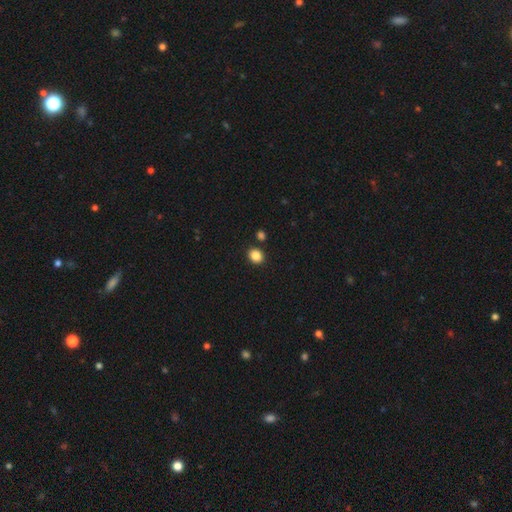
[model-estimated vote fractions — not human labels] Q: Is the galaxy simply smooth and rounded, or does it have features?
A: smooth — 87%.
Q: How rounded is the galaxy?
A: round — 63%.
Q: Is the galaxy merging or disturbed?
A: none — 86%.